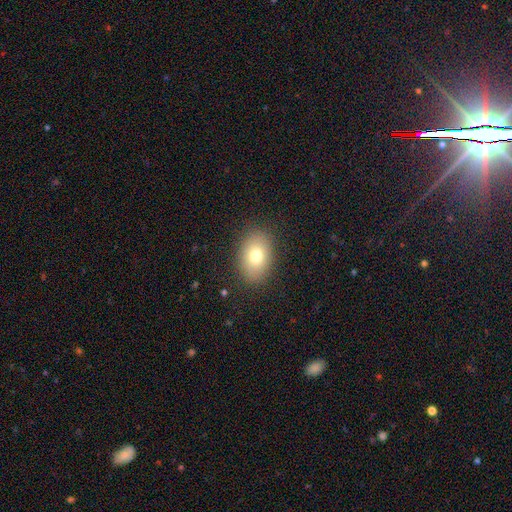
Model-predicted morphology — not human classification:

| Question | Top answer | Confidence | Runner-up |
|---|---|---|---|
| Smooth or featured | smooth | 76% | featured or disk (14%) |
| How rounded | in between | 81% | round (18%) |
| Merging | none | 87% | minor disturbance (9%) |